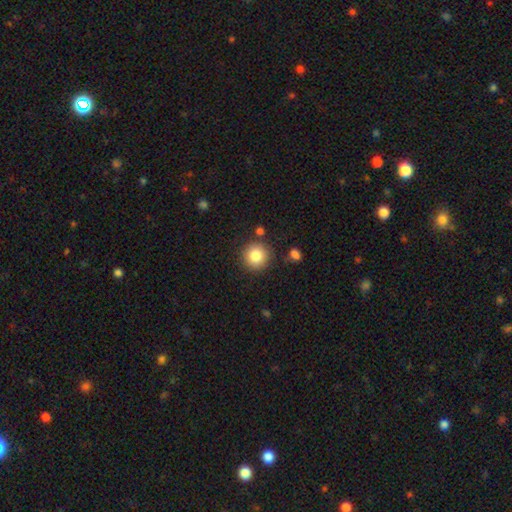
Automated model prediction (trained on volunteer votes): This is clearly a smooth galaxy (85%). How rounded: clearly round (93%). Merging: clearly none (85%).